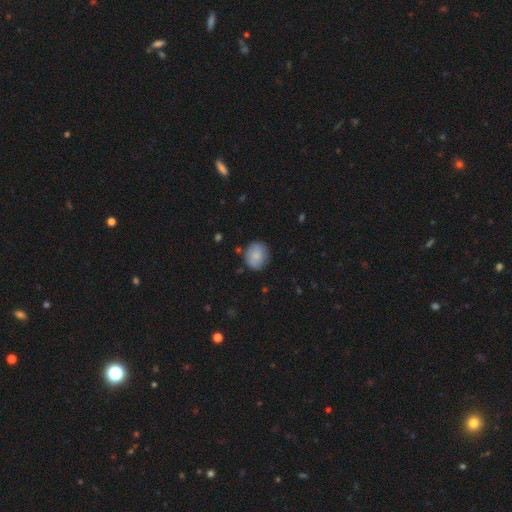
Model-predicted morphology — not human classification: The model was most divided on "how rounded": round: 72%, in between: 27%, cigar-shaped: 1%. More confident: merging — none (81%); smooth or featured — smooth (79%).